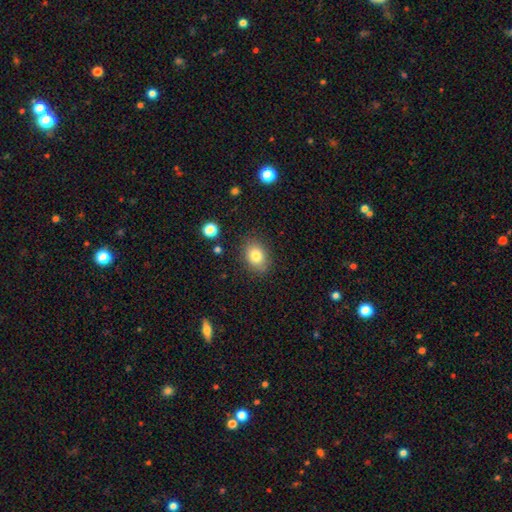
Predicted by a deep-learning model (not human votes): Smooth or featured: smooth — 81% (featured or disk — 10%)
How rounded: in between — 70% (round — 29%)
Merging: none — 84% (minor disturbance — 11%)